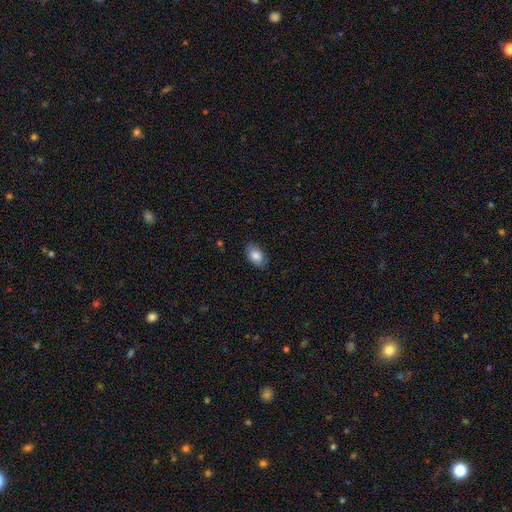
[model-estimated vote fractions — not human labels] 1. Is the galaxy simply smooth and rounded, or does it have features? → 82% smooth, 11% featured or disk, 7% star or artifact.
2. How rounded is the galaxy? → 91% in between, 7% round, 1% cigar-shaped.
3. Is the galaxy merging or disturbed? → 81% none, 15% minor disturbance, 3% major disturbance, 1% merger.